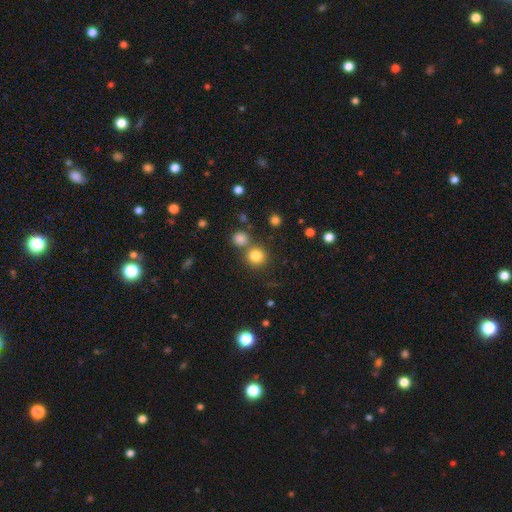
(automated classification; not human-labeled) A smooth galaxy with no disk features (81%) that is round (90%). Merging: none (70%).